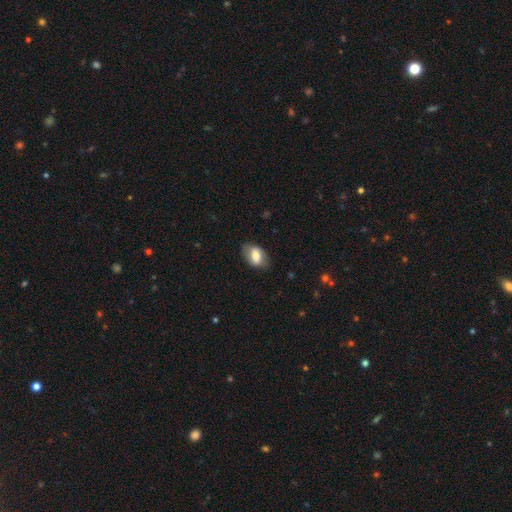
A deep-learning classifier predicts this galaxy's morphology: The model was most divided on "smooth or featured": smooth: 70%, featured or disk: 23%, star or artifact: 7%. More confident: how rounded — in between (88%); merging — none (79%).